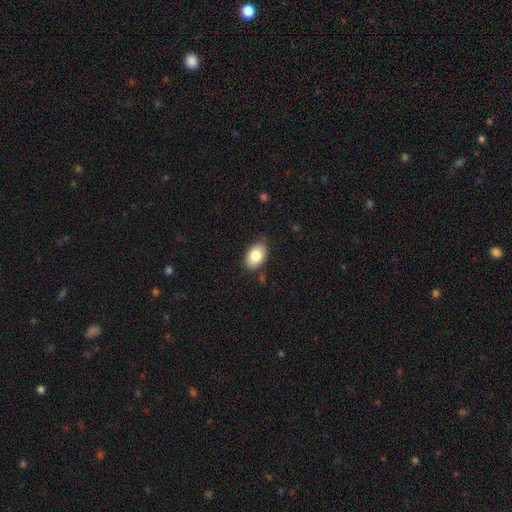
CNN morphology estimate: A smooth galaxy with no disk features (83%) that is in between round and cigar-shaped (89%).

Vote fractions:
- Smooth or featured? smooth: 83% / featured or disk: 10% / star or artifact: 7%
- How rounded? in between: 89% / round: 9% / cigar-shaped: 1%
- Merging? none: 83% / minor disturbance: 13% / major disturbance: 2% / merger: 2%